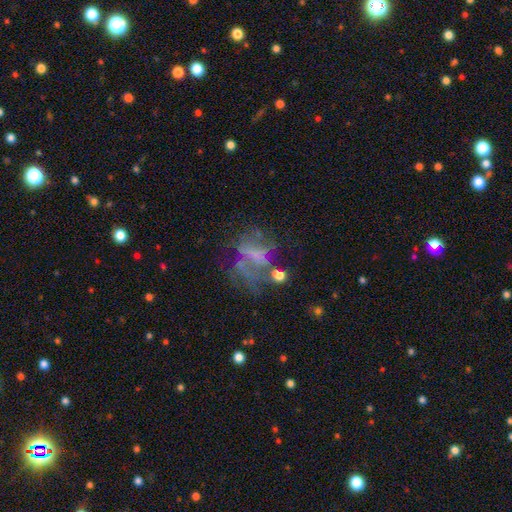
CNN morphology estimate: Smooth or featured? Predicted: featured or disk (p=0.53). Edge-on disk? Predicted: no (p=0.96). Bar? Predicted: no (p=0.69). Spiral arms? Predicted: no (p=0.79). Bulge size? Predicted: none (p=0.64). Merging? Predicted: major disturbance (p=0.38).